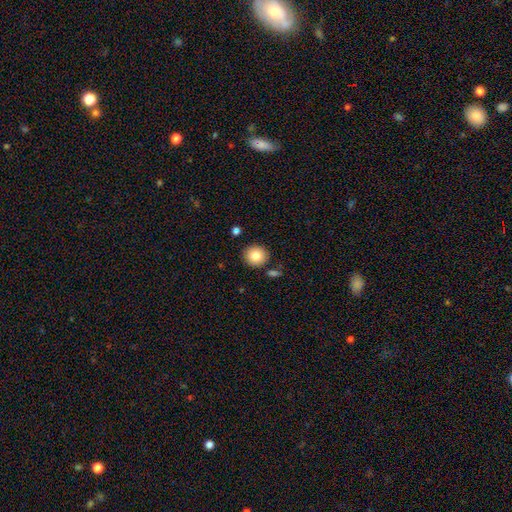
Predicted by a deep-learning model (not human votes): Morphology: type=smooth (83%); roundness=round (89%); merging=none (87%).